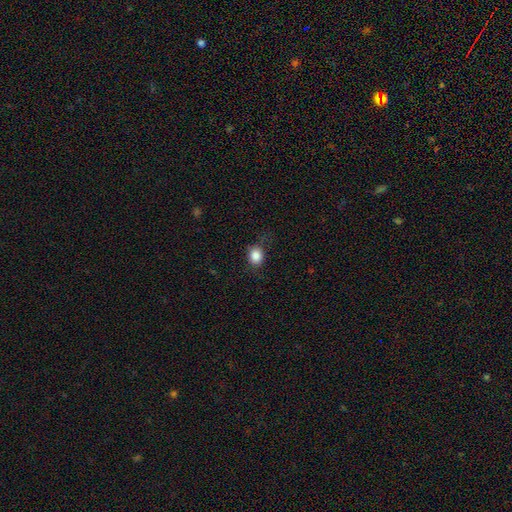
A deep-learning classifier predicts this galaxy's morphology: This appears to be a smooth galaxy with no disk features (85%) that is round (62%). Merging: none (74%).